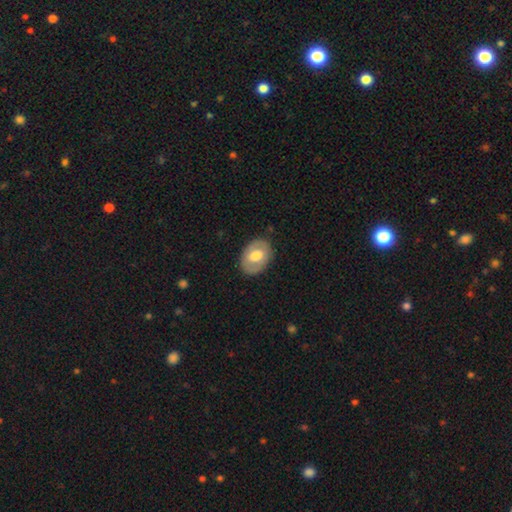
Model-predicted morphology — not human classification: type=smooth (57%); roundness=in between (77%); merging=none (84%).